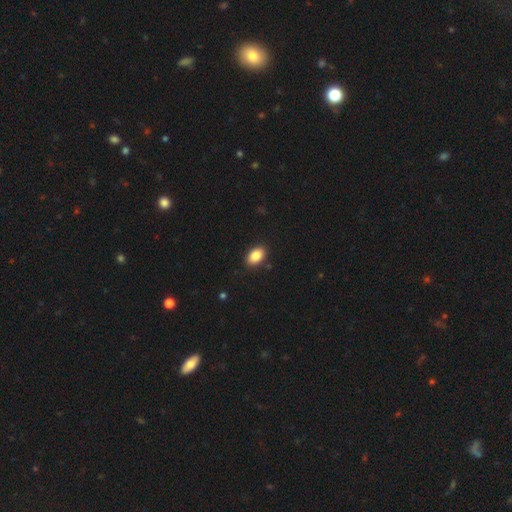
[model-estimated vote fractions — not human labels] A smooth galaxy with no disk features (87%) that is in between round and cigar-shaped (89%). Merging: none (88%).